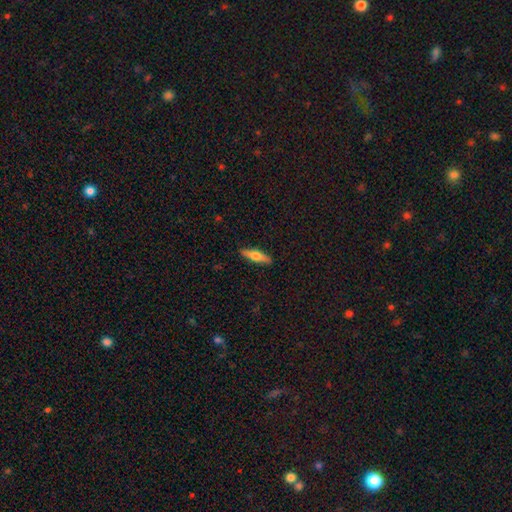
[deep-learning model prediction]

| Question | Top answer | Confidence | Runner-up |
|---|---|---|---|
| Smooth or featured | smooth | 55% | featured or disk (39%) |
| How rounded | cigar-shaped | 68% | in between (30%) |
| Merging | none | 90% | minor disturbance (8%) |